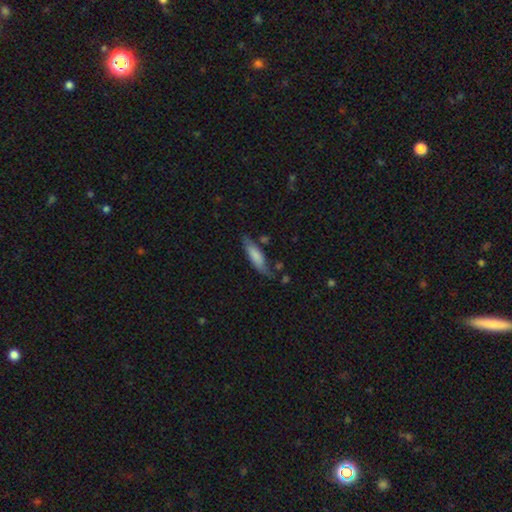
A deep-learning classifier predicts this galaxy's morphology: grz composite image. It shows a smooth galaxy with no disk features (72%) that is cigar-shaped (62%). Merging: none (62%).